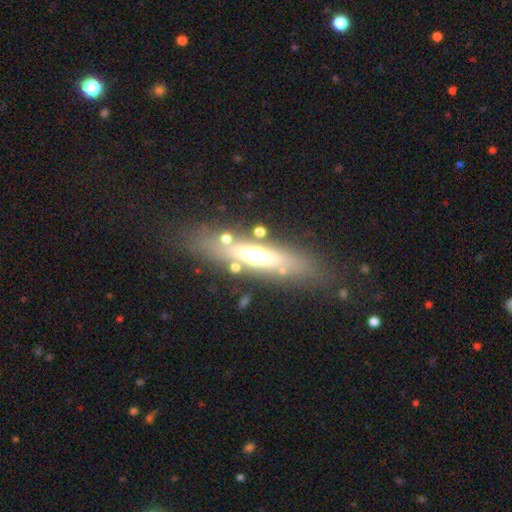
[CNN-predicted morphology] Smooth or featured?
  - featured or disk: 47% *
  - smooth: 40%
  - star or artifact: 13%
Merging?
  - none: 77% *
  - minor disturbance: 11%
  - major disturbance: 6%
  - merger: 6%